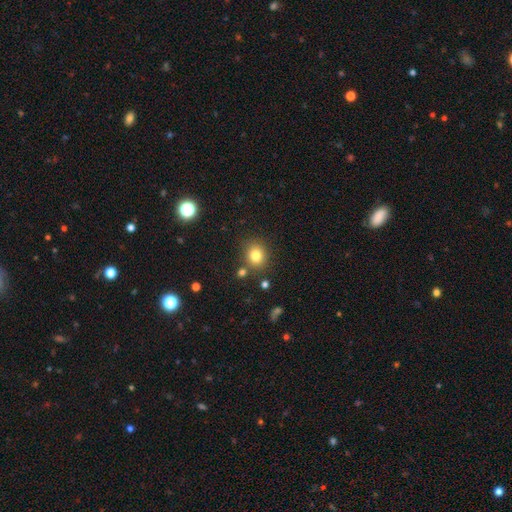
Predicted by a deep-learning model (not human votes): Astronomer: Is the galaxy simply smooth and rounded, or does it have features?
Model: smooth — 80%.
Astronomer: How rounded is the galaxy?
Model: round — 76%.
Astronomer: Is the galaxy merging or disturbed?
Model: none — 81%.